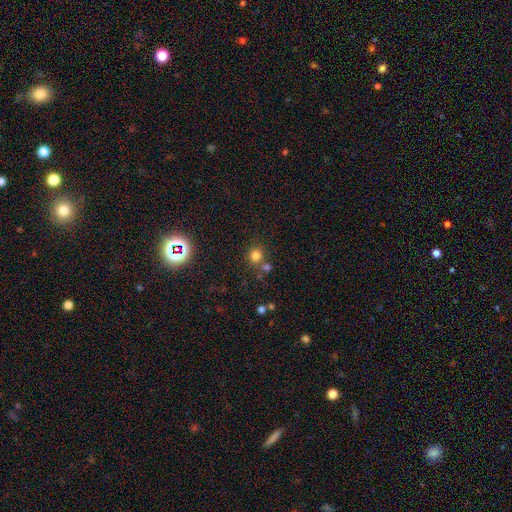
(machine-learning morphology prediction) A smooth galaxy with no disk features (76%) that is round (86%).

Vote fractions:
- Smooth or featured? smooth: 76% / star or artifact: 18% / featured or disk: 6%
- How rounded? round: 86% / in between: 13% / cigar-shaped: 1%
- Merging? none: 68% / merger: 19% / minor disturbance: 9% / major disturbance: 4%